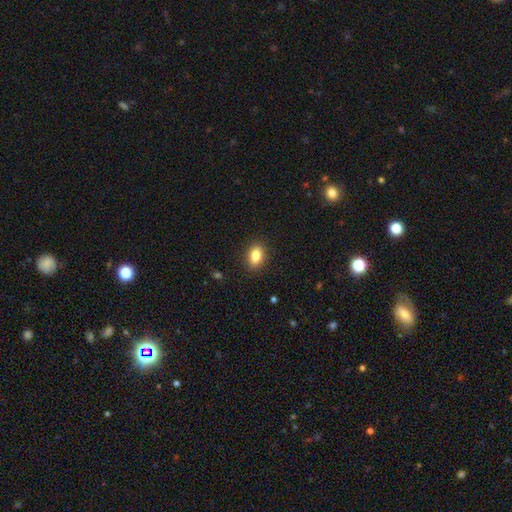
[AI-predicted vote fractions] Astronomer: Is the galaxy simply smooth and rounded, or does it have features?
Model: smooth — 85%.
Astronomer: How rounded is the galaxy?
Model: in between — 84%.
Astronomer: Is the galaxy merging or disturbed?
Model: none — 89%.